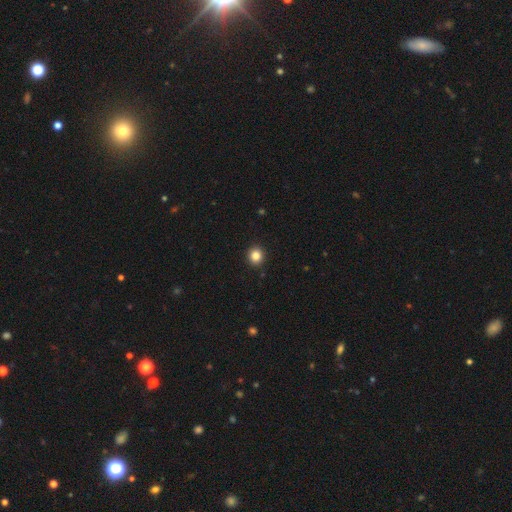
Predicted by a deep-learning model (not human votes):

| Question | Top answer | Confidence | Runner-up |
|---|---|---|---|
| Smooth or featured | smooth | 84% | star or artifact (11%) |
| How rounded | round | 90% | in between (9%) |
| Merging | none | 93% | minor disturbance (5%) |